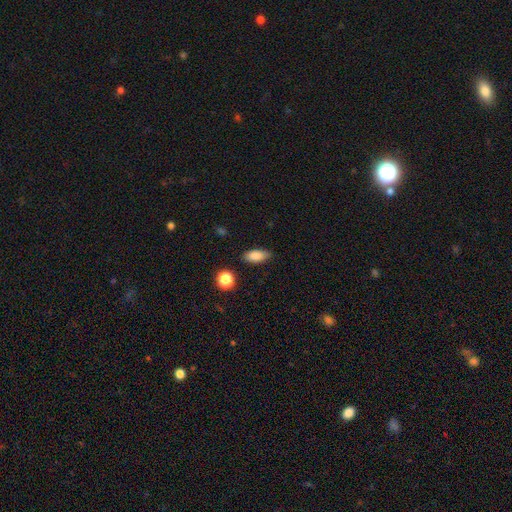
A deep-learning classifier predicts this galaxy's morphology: smooth_or_featured: smooth (p=0.86) [alt: star or artifact p=0.08]
how_rounded: in between (p=0.85) [alt: cigar-shaped p=0.10]
merging: none (p=0.82) [alt: minor disturbance p=0.13]